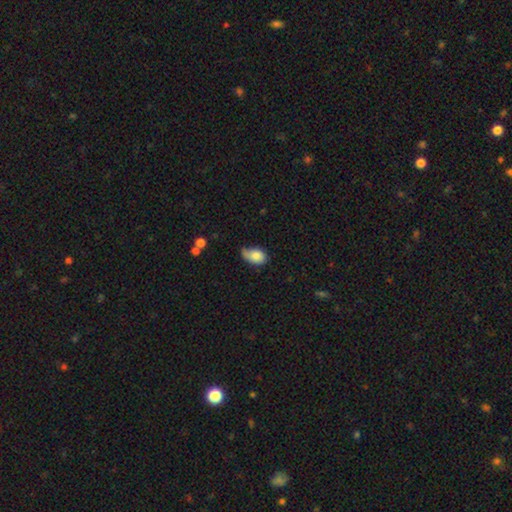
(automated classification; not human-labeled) This is likely a smooth galaxy (77%). How rounded: clearly in between (85%). Merging: marginally minor disturbance (42%).